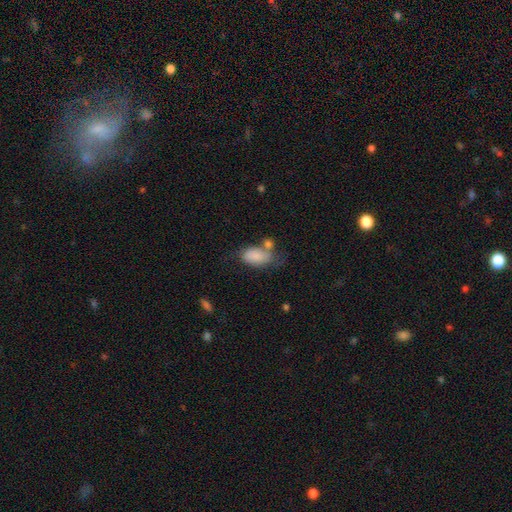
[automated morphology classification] type=smooth (79%); roundness=in between (92%); merging=none (36%).